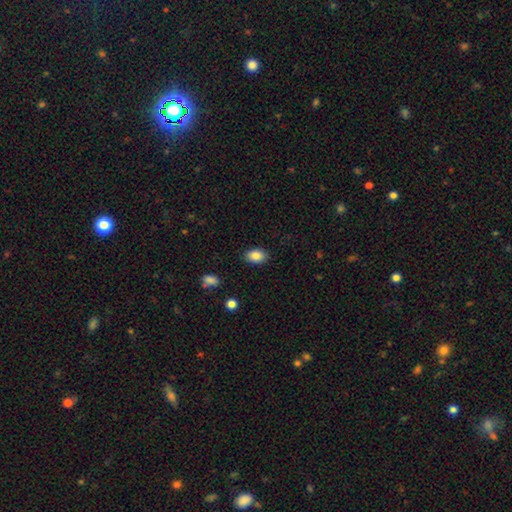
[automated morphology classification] smooth-or-featured: smooth: 86% | star or artifact: 8% | featured or disk: 6%
  how-rounded: in between: 87% | round: 12% | cigar-shaped: 1%
  merging: none: 87% | minor disturbance: 10% | major disturbance: 2% | merger: 1%